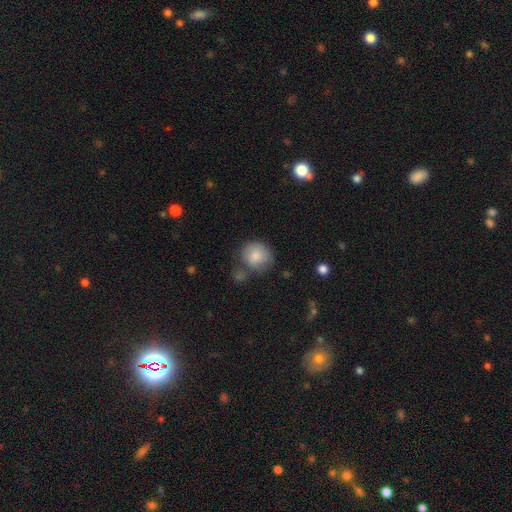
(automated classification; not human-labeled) smooth-or-featured: smooth: 83% | featured or disk: 10% | star or artifact: 7%
  how-rounded: round: 85% | in between: 14% | cigar-shaped: 1%
  merging: none: 57% | minor disturbance: 21% | merger: 15% | major disturbance: 7%